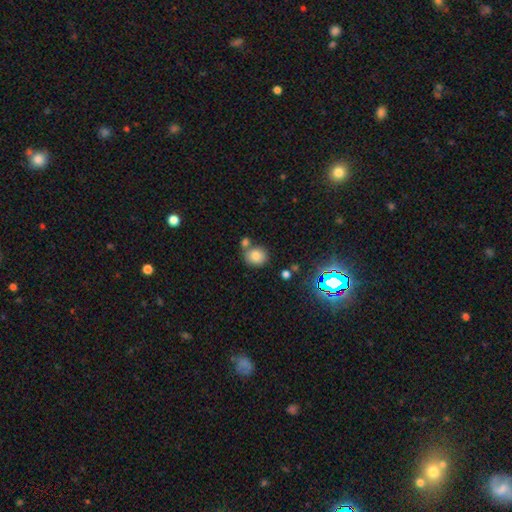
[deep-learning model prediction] smooth-or-featured: smooth: 79% | star or artifact: 13% | featured or disk: 8%
  how-rounded: round: 81% | in between: 18% | cigar-shaped: 1%
  merging: none: 63% | merger: 24% | minor disturbance: 10% | major disturbance: 3%